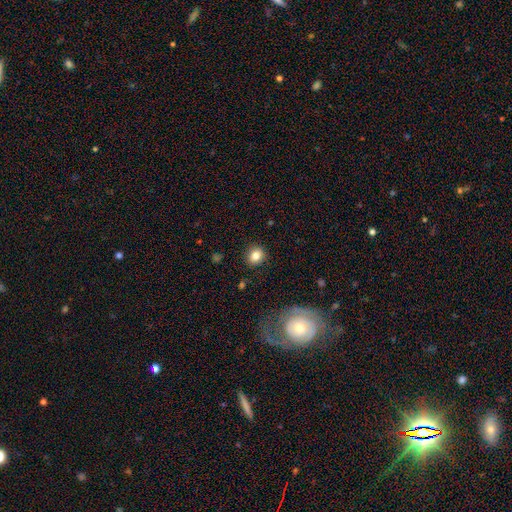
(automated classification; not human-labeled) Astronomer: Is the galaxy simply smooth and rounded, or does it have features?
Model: smooth — 82%.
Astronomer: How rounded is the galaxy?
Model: round — 70%.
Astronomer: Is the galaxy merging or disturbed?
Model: none — 88%.